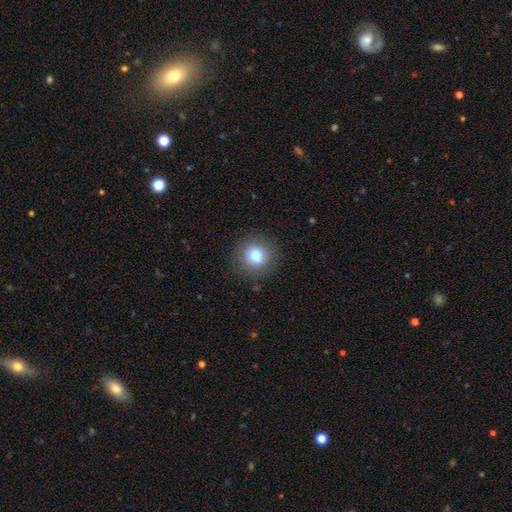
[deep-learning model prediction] Smooth or featured: smooth — 83% (star or artifact — 10%)
How rounded: round — 86% (in between — 13%)
Merging: none — 85% (minor disturbance — 10%)